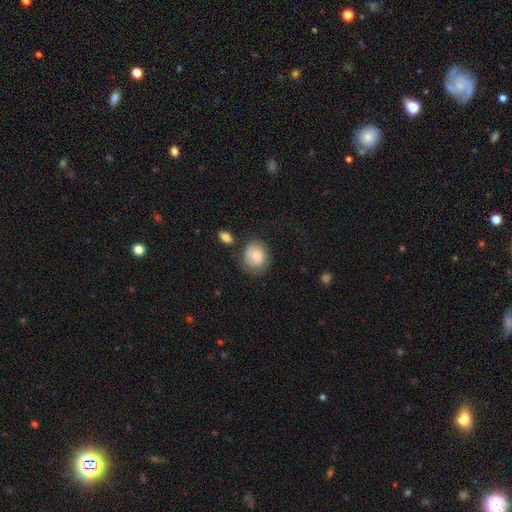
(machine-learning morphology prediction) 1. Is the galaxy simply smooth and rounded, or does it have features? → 74% smooth, 19% featured or disk, 7% star or artifact.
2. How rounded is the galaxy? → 71% round, 28% in between, 1% cigar-shaped.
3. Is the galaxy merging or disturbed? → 65% none, 21% minor disturbance, 9% major disturbance, 5% merger.